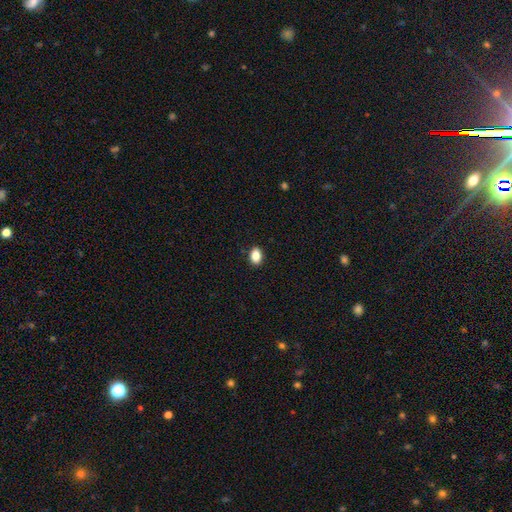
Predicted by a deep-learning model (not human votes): The model was most divided on "how rounded": in between: 80%, round: 18%, cigar-shaped: 1%. More confident: merging — none (90%); smooth or featured — smooth (86%).